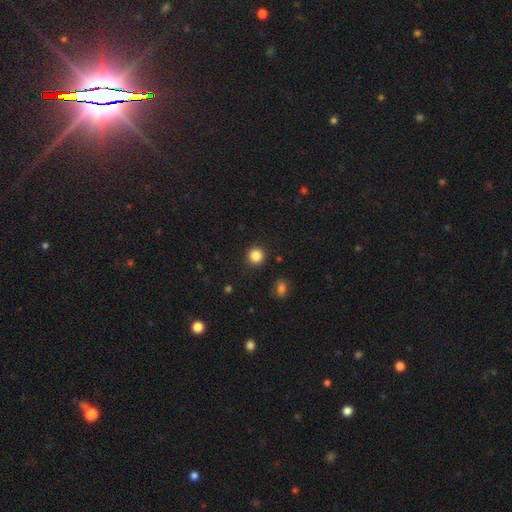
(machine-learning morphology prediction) Smooth or featured? smooth (85%)
How rounded? round (94%)
Merging? none (91%)